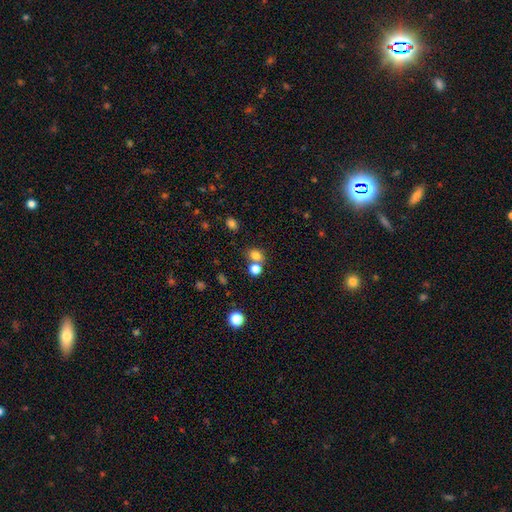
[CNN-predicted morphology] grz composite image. It shows a smooth galaxy with no disk features (78%) that is round (56%). Merging: none (53%).